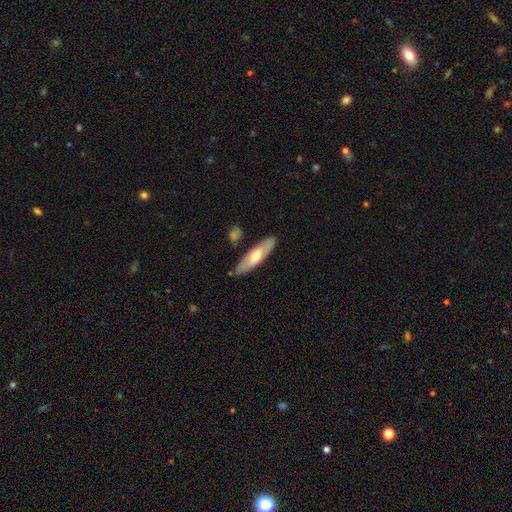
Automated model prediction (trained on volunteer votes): Morphology: type=smooth (51%); roundness=cigar-shaped (63%); merging=none (81%).